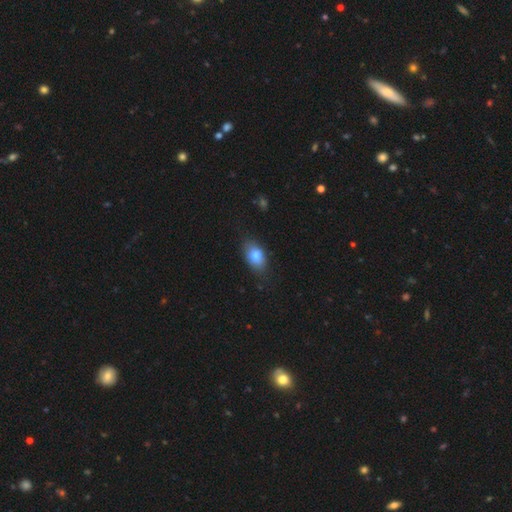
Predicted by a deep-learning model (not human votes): smooth-or-featured: smooth: 80% | featured or disk: 12% | star or artifact: 8%
  how-rounded: in between: 86% | round: 12% | cigar-shaped: 2%
  merging: none: 76% | minor disturbance: 19% | major disturbance: 4% | merger: 1%